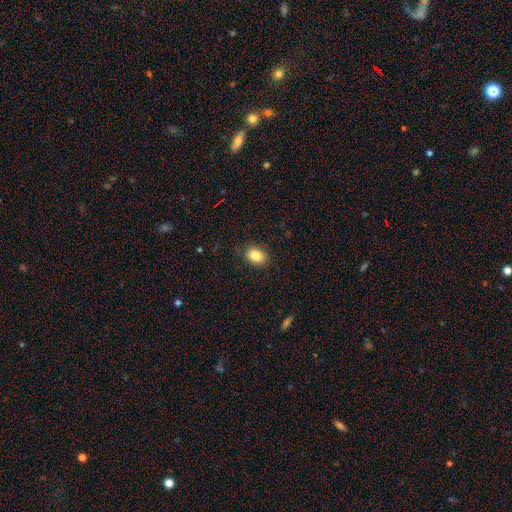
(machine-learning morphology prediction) smooth-or-featured: smooth: 84% | star or artifact: 9% | featured or disk: 7%
  how-rounded: in between: 68% | round: 31% | cigar-shaped: 1%
  merging: none: 87% | minor disturbance: 9% | major disturbance: 2% | merger: 1%